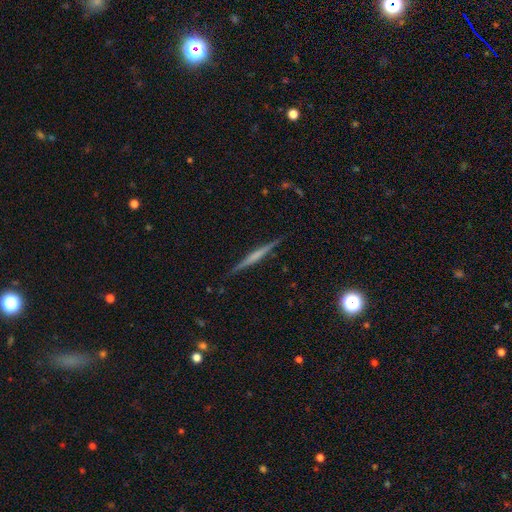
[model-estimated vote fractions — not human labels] Smooth or featured: featured or disk — 67% (smooth — 26%)
Edge-on disk: yes — 98% (no — 2%)
Edge-on bulge: none — 51% (rounded — 30%)
Merging: none — 90% (minor disturbance — 7%)